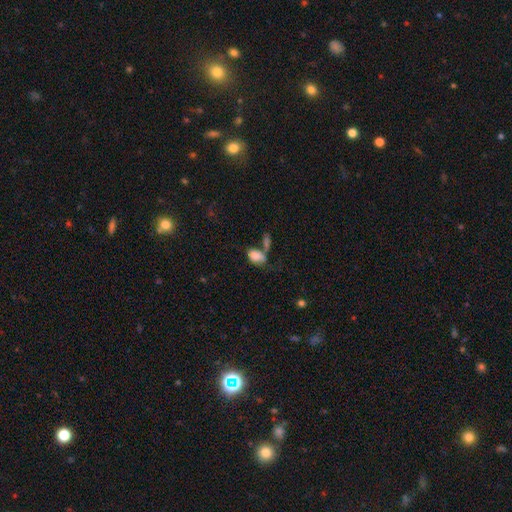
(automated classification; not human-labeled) Smooth or featured? smooth (77%)
How rounded? in between (90%)
Merging? merger (40%)